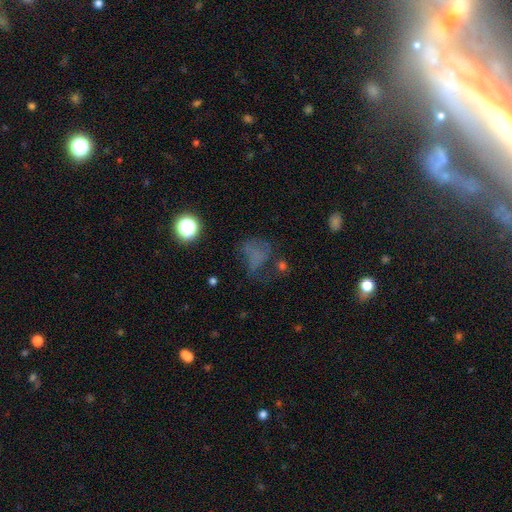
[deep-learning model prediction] Smooth or featured? smooth (48%)
Merging? none (38%)